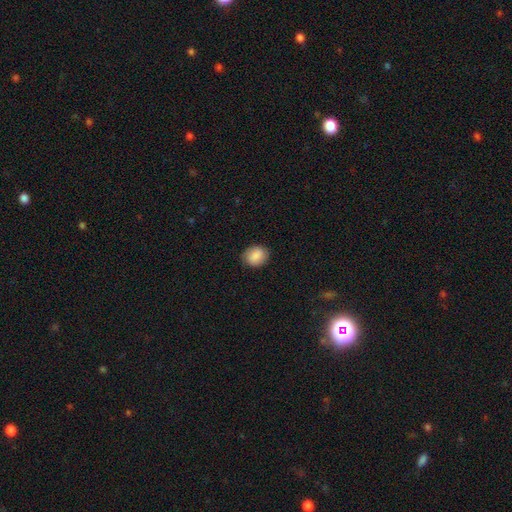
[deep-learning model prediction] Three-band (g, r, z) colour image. It shows a smooth galaxy with no disk features (86%) that is round (53%). Merging: none (85%).